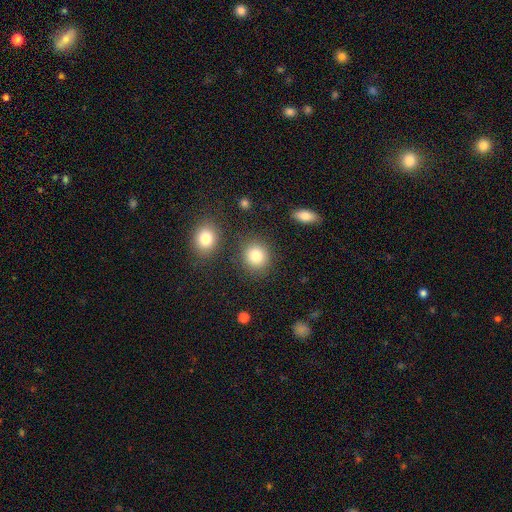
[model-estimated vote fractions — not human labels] Smooth or featured? smooth (84%)
How rounded? round (82%)
Merging? none (83%)